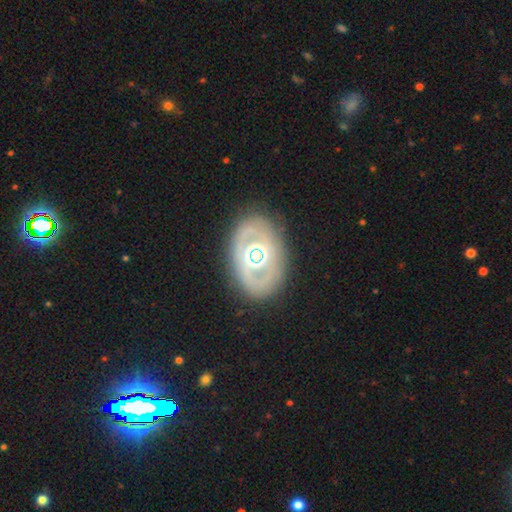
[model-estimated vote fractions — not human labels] Smooth or featured?
  - featured or disk: 70% *
  - smooth: 20%
  - star or artifact: 10%
Edge-on disk?
  - no: 93% *
  - yes: 7%
Bar?
  - no: 72% *
  - weak: 18%
  - strong: 10%
Spiral arms?
  - no: 58% *
  - yes: 42%
Bulge size?
  - moderate: 54% *
  - large: 33%
  - small: 6%
  - dominant: 5%
  - none: 2%
Merging?
  - none: 79% *
  - minor disturbance: 13%
  - major disturbance: 6%
  - merger: 2%